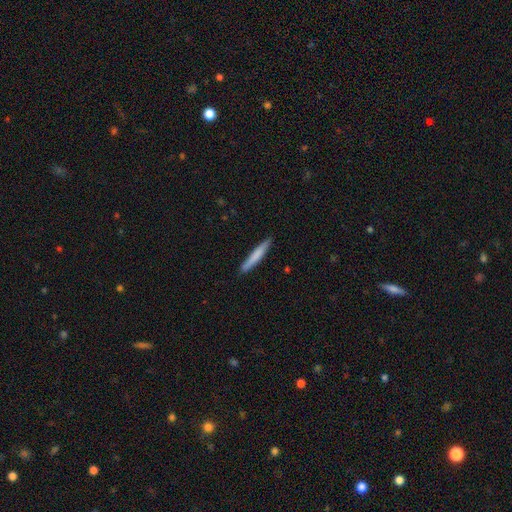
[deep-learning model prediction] Q: Smooth or featured?
A: smooth (73%); runner-up: featured or disk (21%)
Q: How rounded?
A: cigar-shaped (95%); runner-up: in between (4%)
Q: Merging?
A: none (88%); runner-up: minor disturbance (9%)